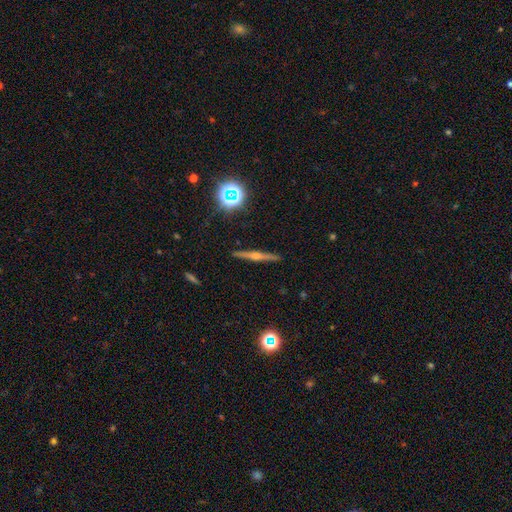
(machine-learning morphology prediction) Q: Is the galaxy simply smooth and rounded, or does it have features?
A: featured or disk — 67%.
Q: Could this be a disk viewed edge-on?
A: yes — 97%.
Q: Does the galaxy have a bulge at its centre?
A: rounded — 82%.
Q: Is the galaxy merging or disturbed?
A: none — 92%.